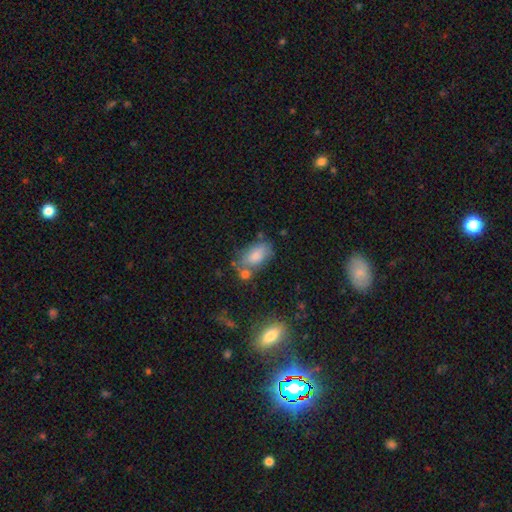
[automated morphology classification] Overall: smooth (77%). How rounded: in between (91%). Merging: none (50%; minor disturbance 24%).